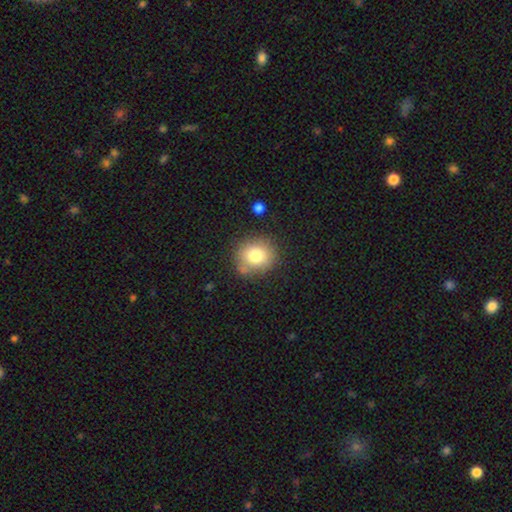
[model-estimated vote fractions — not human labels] A smooth galaxy with no disk features (78%) that is round (82%).

Vote fractions:
- Smooth or featured? smooth: 78% / star or artifact: 11% / featured or disk: 11%
- How rounded? round: 82% / in between: 17% / cigar-shaped: 1%
- Merging? none: 78% / minor disturbance: 13% / merger: 5% / major disturbance: 4%